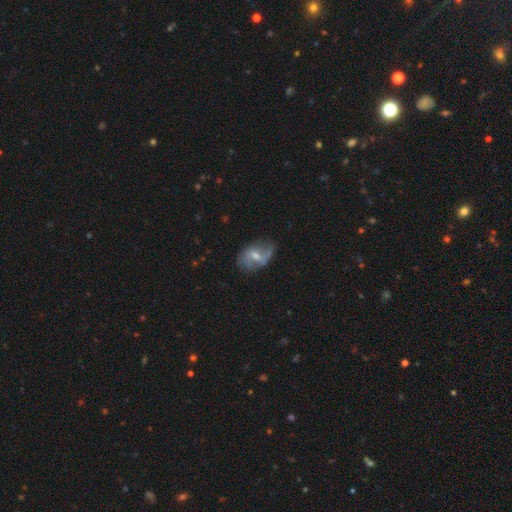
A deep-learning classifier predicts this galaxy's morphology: This is likely a featured or disk galaxy (69%). It is clearly not viewed edge-on (96%). Bar: possibly weak (49%). Spiral arm pattern: clearly yes (86%). Spiral arm count: likely 2 (73%). Spiral winding: possibly loose (51%). Central bulge: possibly moderate (54%). Merging: likely none (62%).